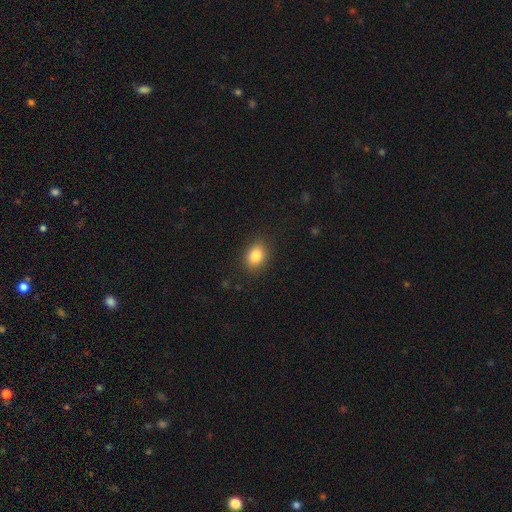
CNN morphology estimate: A smooth galaxy with no disk features (84%) that is in between round and cigar-shaped (62%).

Vote fractions:
- Smooth or featured? smooth: 84% / star or artifact: 10% / featured or disk: 7%
- How rounded? in between: 62% / round: 37% / cigar-shaped: 1%
- Merging? none: 87% / minor disturbance: 9% / major disturbance: 3% / merger: 1%